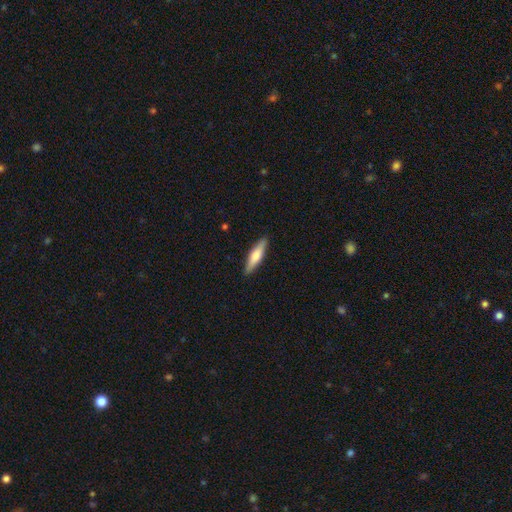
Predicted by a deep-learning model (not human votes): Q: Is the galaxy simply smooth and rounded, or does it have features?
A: smooth — 59%.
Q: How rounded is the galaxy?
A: cigar-shaped — 76%.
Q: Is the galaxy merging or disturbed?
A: none — 90%.